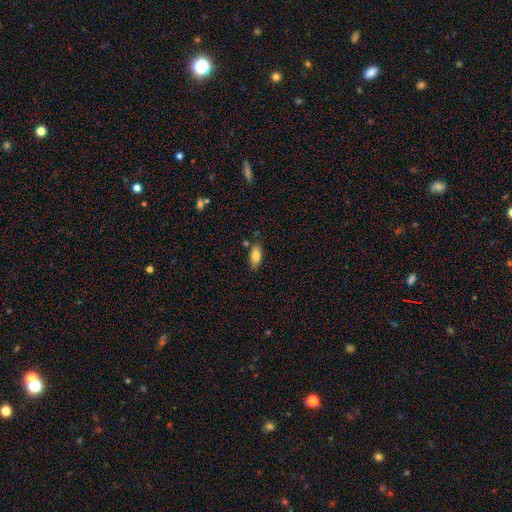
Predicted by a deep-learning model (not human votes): smooth-or-featured: smooth: 82% | featured or disk: 11% | star or artifact: 7%
  how-rounded: in between: 86% | cigar-shaped: 11% | round: 3%
  merging: none: 79% | minor disturbance: 14% | merger: 4% | major disturbance: 3%